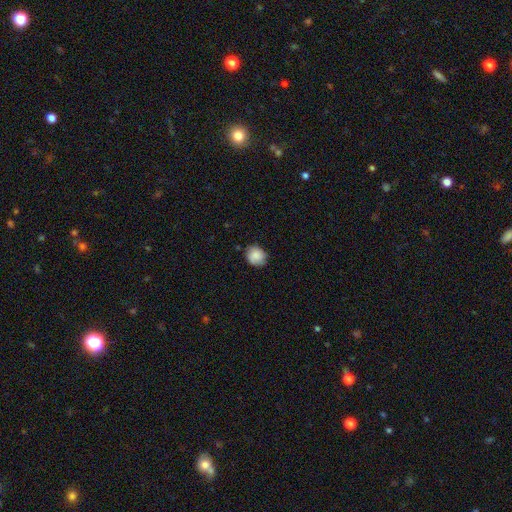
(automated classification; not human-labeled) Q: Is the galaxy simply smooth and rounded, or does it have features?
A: smooth — 86%.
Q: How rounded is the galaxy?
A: round — 79%.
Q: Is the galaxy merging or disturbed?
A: none — 77%.